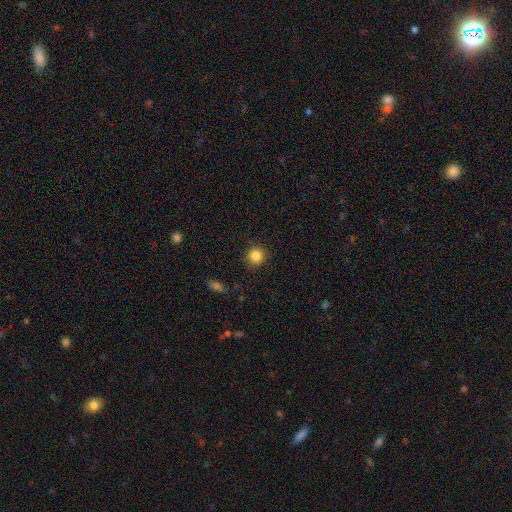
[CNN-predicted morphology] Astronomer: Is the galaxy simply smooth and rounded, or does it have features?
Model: smooth — 85%.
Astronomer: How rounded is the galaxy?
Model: round — 92%.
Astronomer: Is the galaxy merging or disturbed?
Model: none — 89%.